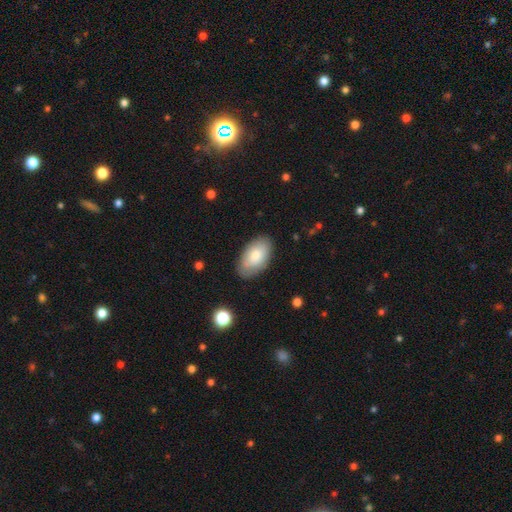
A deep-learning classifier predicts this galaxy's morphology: This is likely a smooth galaxy (80%). How rounded: clearly in between (95%). Merging: clearly none (81%).